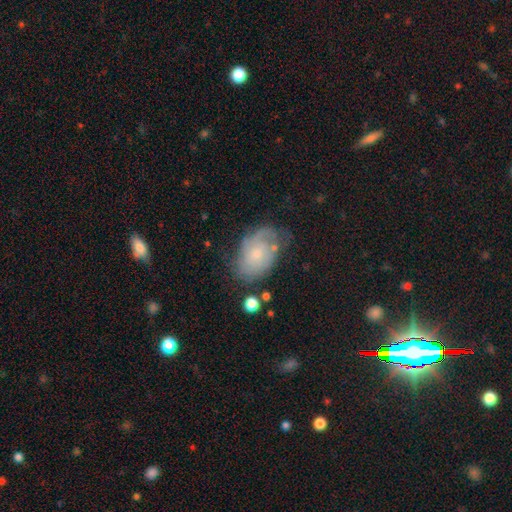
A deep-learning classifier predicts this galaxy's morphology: The model was most divided on "smooth or featured": featured or disk: 56%, smooth: 36%, star or artifact: 8%. More confident: edge-on disk — no (96%); spiral arms — yes (79%); bar — no (77%); bulge size — small (69%); merging — none (53%).